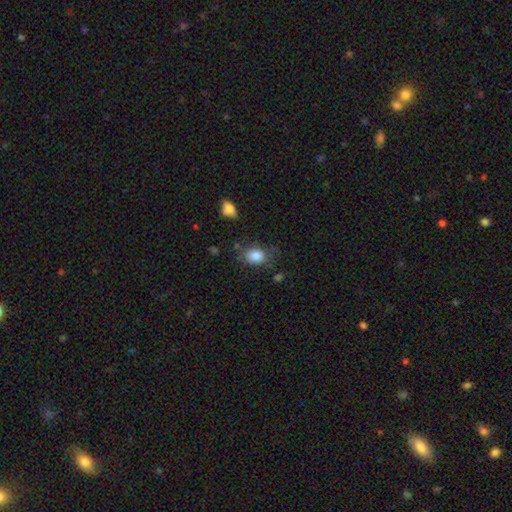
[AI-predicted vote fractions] Morphology: type=smooth (85%); roundness=in between (71%); merging=none (67%).